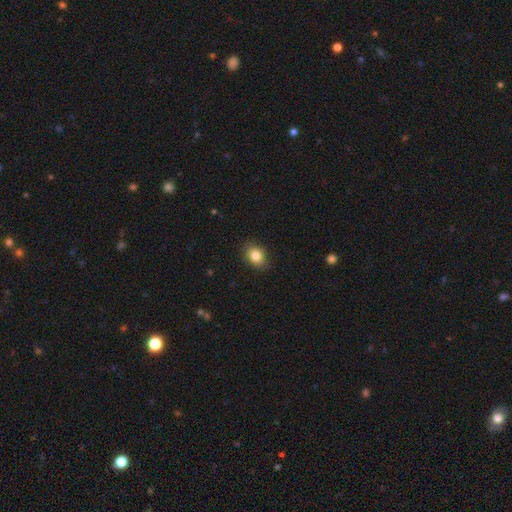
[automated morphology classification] Overall: smooth (85%). How rounded: in between (59%; round 40%). Merging: none (85%).